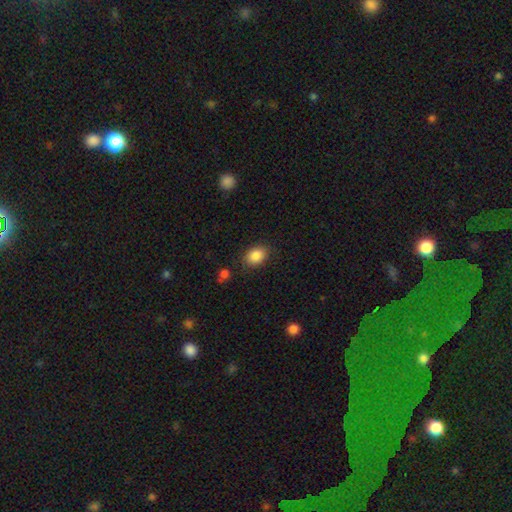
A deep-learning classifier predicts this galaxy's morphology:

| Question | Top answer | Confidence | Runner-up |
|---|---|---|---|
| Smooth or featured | smooth | 86% | star or artifact (8%) |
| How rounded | in between | 65% | round (33%) |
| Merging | none | 83% | minor disturbance (12%) |